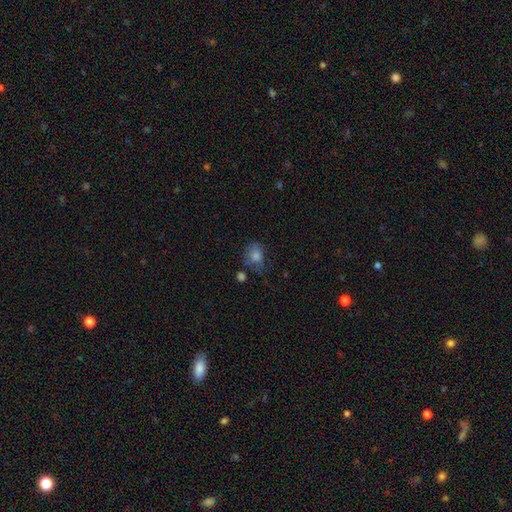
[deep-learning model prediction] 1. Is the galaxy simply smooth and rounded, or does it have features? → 66% smooth, 19% featured or disk, 15% star or artifact.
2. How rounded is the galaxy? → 51% round, 48% in between, 1% cigar-shaped.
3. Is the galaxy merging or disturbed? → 52% none, 26% minor disturbance, 15% major disturbance, 7% merger.